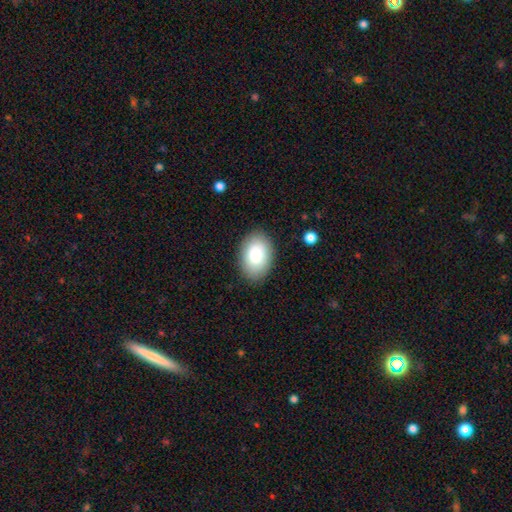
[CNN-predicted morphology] Smooth or featured? smooth (85%)
How rounded? in between (88%)
Merging? none (86%)